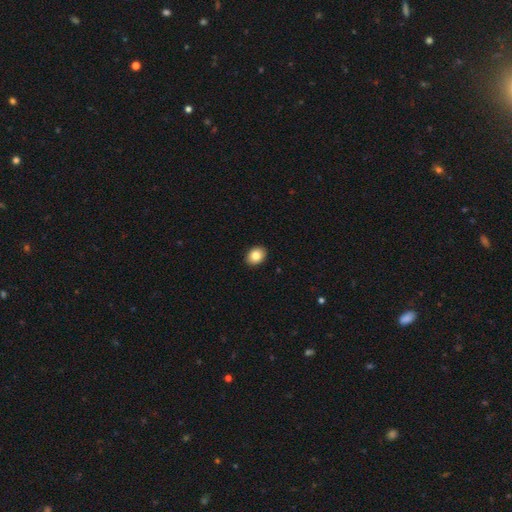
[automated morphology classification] Smooth or featured? smooth (83%)
How rounded? in between (58%)
Merging? none (92%)